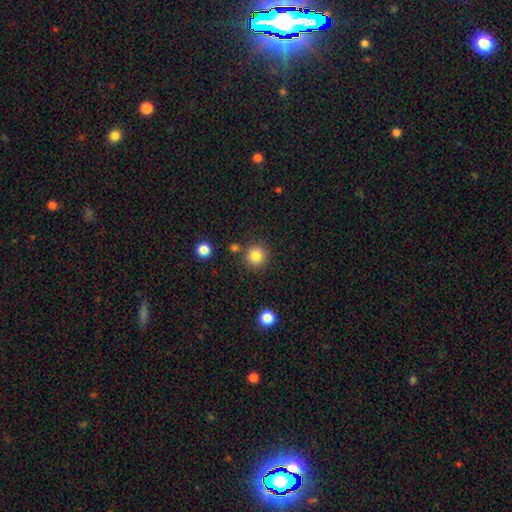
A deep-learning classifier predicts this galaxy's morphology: smooth-or-featured: smooth: 85% | star or artifact: 10% | featured or disk: 5%
  how-rounded: round: 94% | in between: 5% | cigar-shaped: 1%
  merging: none: 85% | minor disturbance: 7% | merger: 5% | major disturbance: 3%